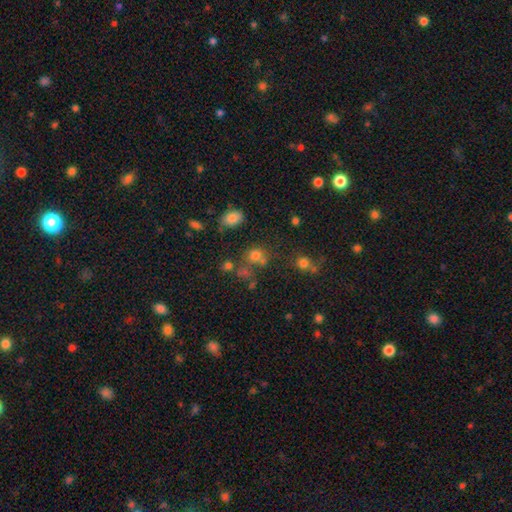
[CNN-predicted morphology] A smooth galaxy with no disk features (46%).

Vote fractions:
- Smooth or featured? smooth: 46% / star or artifact: 44% / featured or disk: 10%
- Merging? none: 65% / merger: 19% / minor disturbance: 10% / major disturbance: 6%